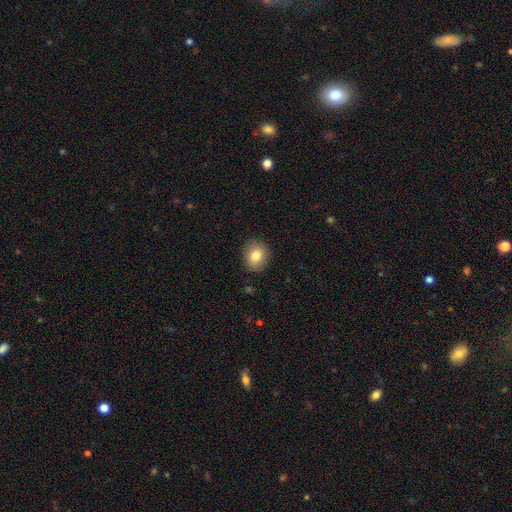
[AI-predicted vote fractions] Smooth or featured? smooth (81%)
How rounded? round (59%)
Merging? none (88%)